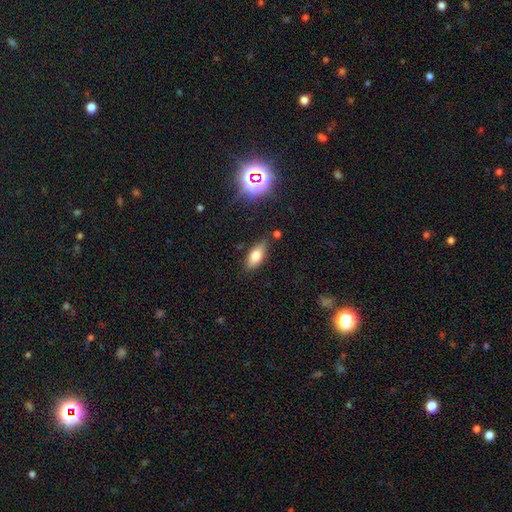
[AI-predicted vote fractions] smooth_or_featured: smooth (p=0.71) [alt: featured or disk p=0.19]
how_rounded: in between (p=0.81) [alt: cigar-shaped p=0.16]
merging: none (p=0.78) [alt: minor disturbance p=0.15]